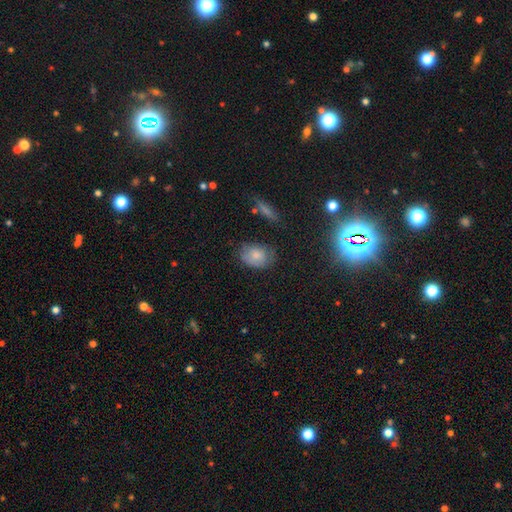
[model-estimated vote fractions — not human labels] Smooth or featured?
  - smooth: 76% *
  - featured or disk: 15%
  - star or artifact: 8%
How rounded?
  - in between: 73% *
  - round: 25%
  - cigar-shaped: 2%
Merging?
  - none: 63% *
  - minor disturbance: 27%
  - major disturbance: 7%
  - merger: 3%